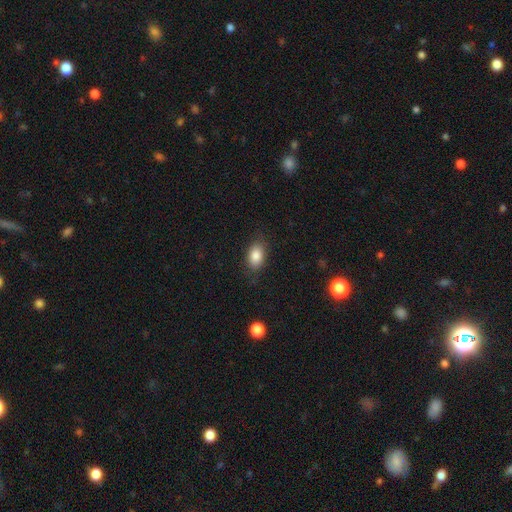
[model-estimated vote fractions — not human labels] The model was most divided on "merging": none: 80%, minor disturbance: 15%, major disturbance: 4%, merger: 1%. More confident: smooth or featured — smooth (85%); how rounded — in between (84%).